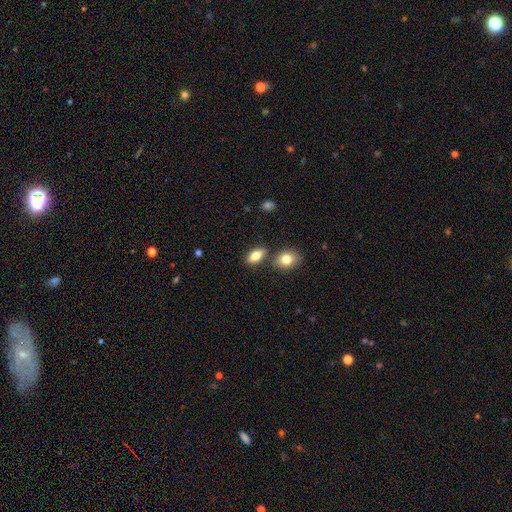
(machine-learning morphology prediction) Overall: smooth (77%). How rounded: in between (84%). Merging: none (73%).